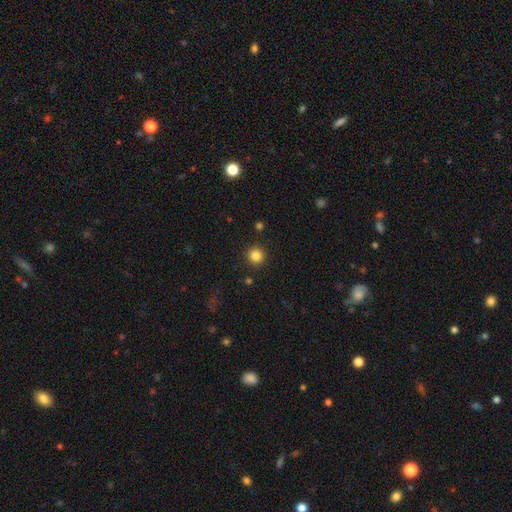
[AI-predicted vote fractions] Smooth or featured: smooth — 84% (star or artifact — 12%)
How rounded: round — 95% (in between — 4%)
Merging: none — 92% (minor disturbance — 5%)